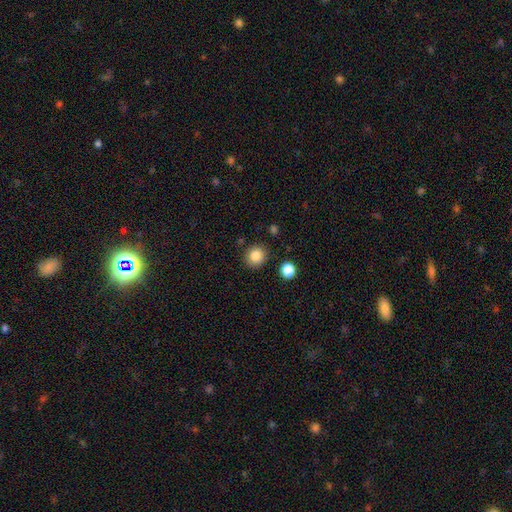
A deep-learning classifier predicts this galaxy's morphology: smooth 85%, star or artifact 10%, featured or disk 5%. Down the decision tree: how rounded — round (81%); merging — none (86%).